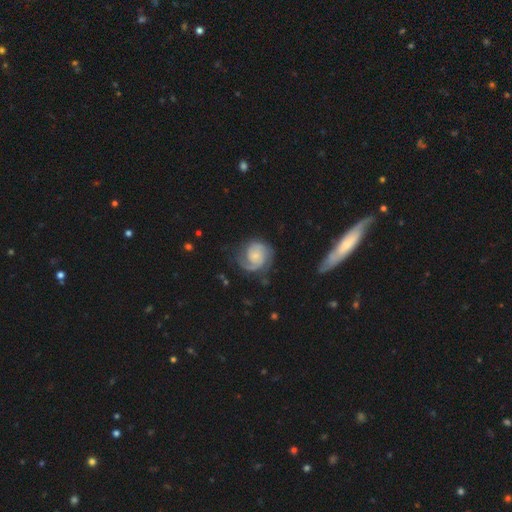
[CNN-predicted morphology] Q: Smooth or featured?
A: featured or disk (75%); runner-up: smooth (19%)
Q: Edge-on disk?
A: no (98%); runner-up: yes (2%)
Q: Bar?
A: no (69%); runner-up: weak (27%)
Q: Spiral arms?
A: yes (95%); runner-up: no (5%)
Q: Spiral winding?
A: tight (48%); runner-up: medium (37%)
Q: Spiral arm count?
A: 2 (53%); runner-up: 1 (23%)
Q: Bulge size?
A: small (61%); runner-up: moderate (22%)
Q: Merging?
A: none (62%); runner-up: minor disturbance (21%)